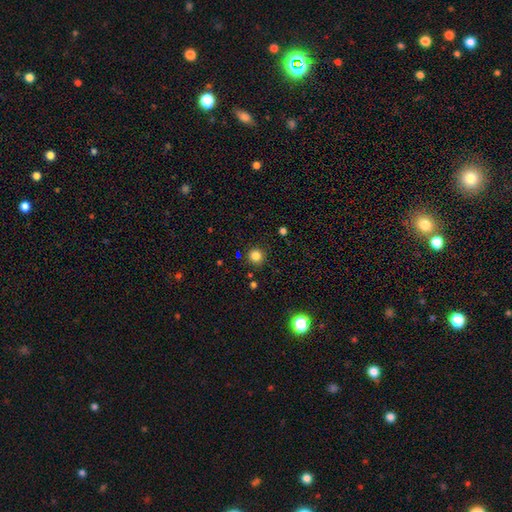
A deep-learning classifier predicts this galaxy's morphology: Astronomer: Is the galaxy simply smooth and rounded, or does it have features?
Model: smooth — 83%.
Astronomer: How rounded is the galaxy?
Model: round — 94%.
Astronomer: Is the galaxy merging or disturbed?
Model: none — 89%.